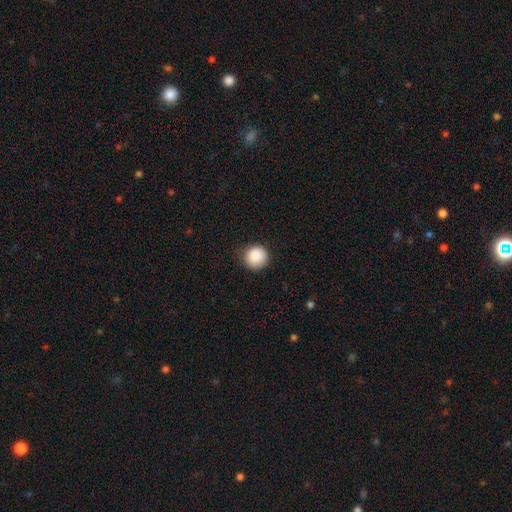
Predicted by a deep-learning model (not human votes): smooth-or-featured: smooth: 89% | star or artifact: 9% | featured or disk: 3%
  how-rounded: round: 94% | in between: 5% | cigar-shaped: 1%
  merging: none: 84% | minor disturbance: 13% | major disturbance: 3% | merger: 1%